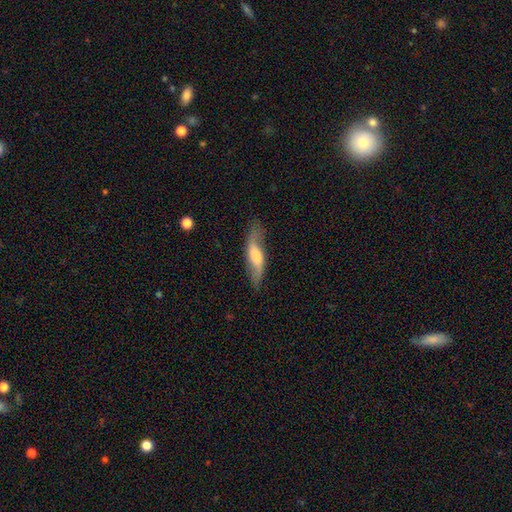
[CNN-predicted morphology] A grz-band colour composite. It shows a featured or disk galaxy (56%). Merging: none (77%).